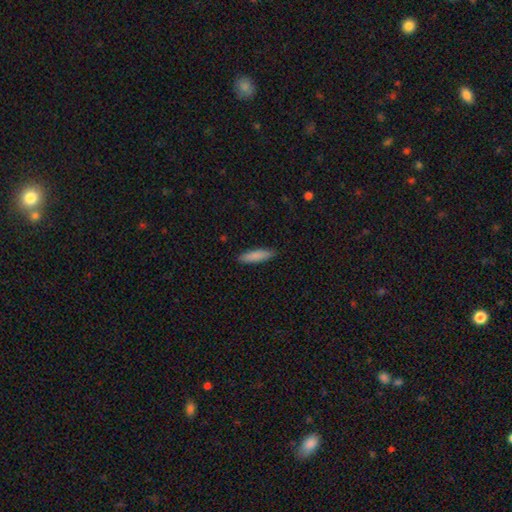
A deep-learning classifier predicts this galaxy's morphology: Smooth or featured? Predicted: smooth (p=0.85). How rounded? Predicted: cigar-shaped (p=0.75). Merging? Predicted: none (p=0.89).